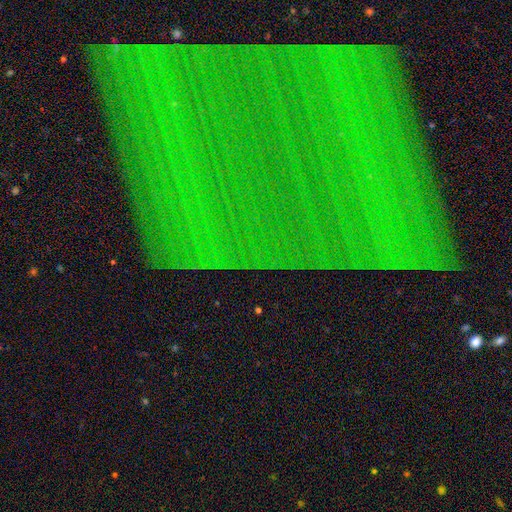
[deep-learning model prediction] Q: Smooth or featured?
A: star or artifact (84%); runner-up: featured or disk (9%)